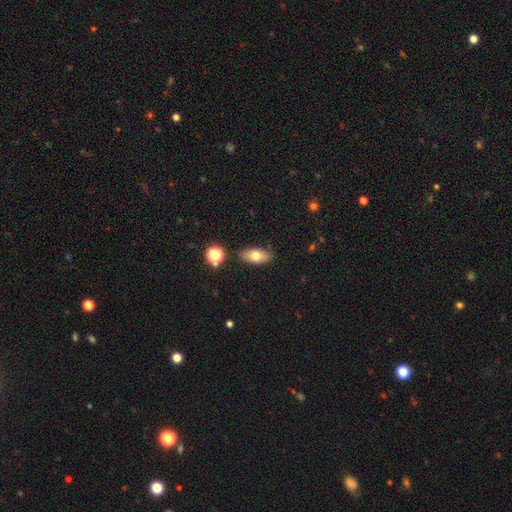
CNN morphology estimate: A smooth galaxy with no disk features (71%) that is in between round and cigar-shaped (83%). Merging: none (85%).